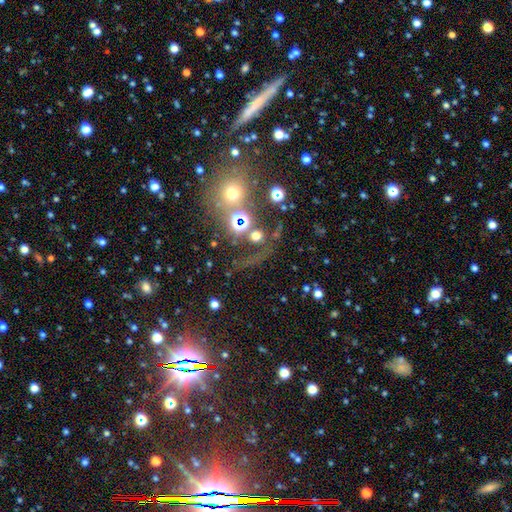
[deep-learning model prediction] smooth_or_featured: star or artifact (p=0.64) [alt: smooth p=0.22]